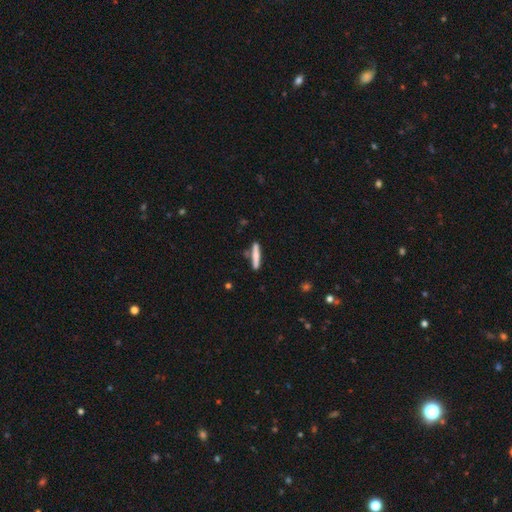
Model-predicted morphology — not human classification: A smooth galaxy with no disk features (69%) that is cigar-shaped (92%). Merging: none (81%).